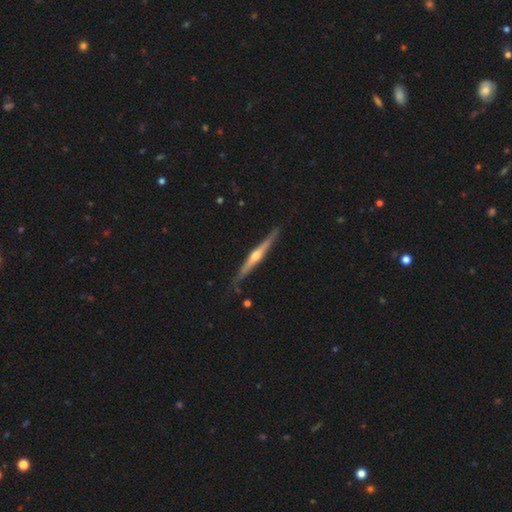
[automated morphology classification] This is likely a featured or disk galaxy (77%). It is clearly viewed edge-on (98%). Edge-on bulge: clearly rounded (88%). Merging: clearly none (87%).